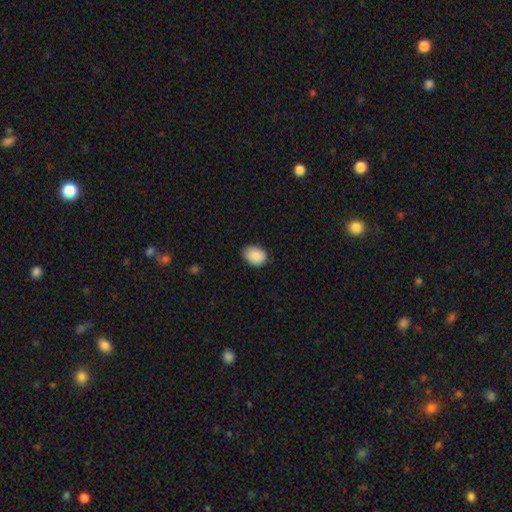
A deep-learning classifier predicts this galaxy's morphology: Smooth or featured? smooth (90%)
How rounded? in between (67%)
Merging? none (80%)